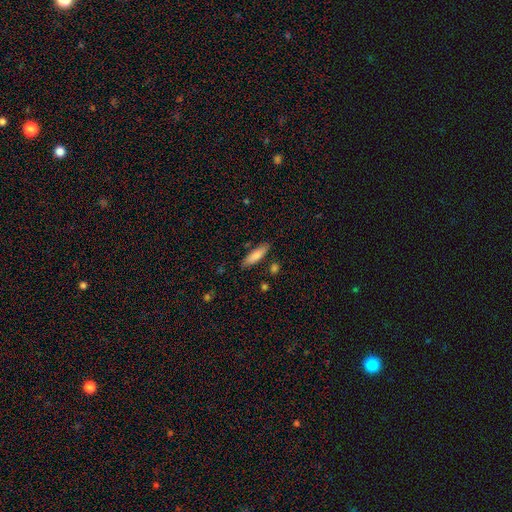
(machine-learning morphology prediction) Smooth or featured?
  - smooth: 81% *
  - featured or disk: 13%
  - star or artifact: 6%
How rounded?
  - cigar-shaped: 56% *
  - in between: 43%
  - round: 2%
Merging?
  - none: 83% *
  - minor disturbance: 12%
  - merger: 3%
  - major disturbance: 2%